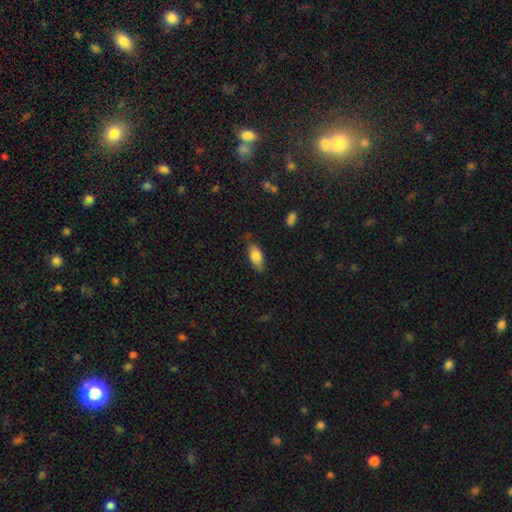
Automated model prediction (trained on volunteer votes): smooth_or_featured: smooth (p=0.77) [alt: featured or disk p=0.16]
how_rounded: in between (p=0.84) [alt: cigar-shaped p=0.13]
merging: none (p=0.71) [alt: minor disturbance p=0.22]